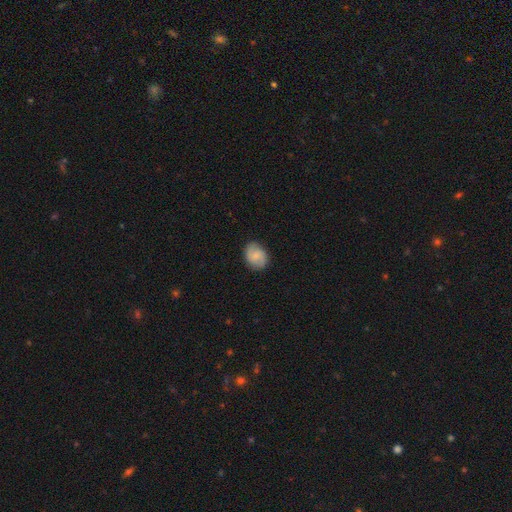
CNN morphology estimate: smooth-or-featured: smooth: 57% | featured or disk: 35% | star or artifact: 8%
  how-rounded: in between: 57% | round: 42% | cigar-shaped: 1%
  merging: none: 84% | minor disturbance: 12% | major disturbance: 3% | merger: 1%